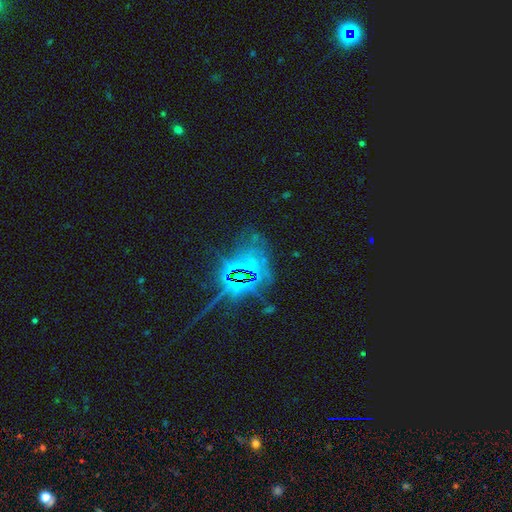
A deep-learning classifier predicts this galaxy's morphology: This appears to be a star or artifact, not a galaxy (62%).